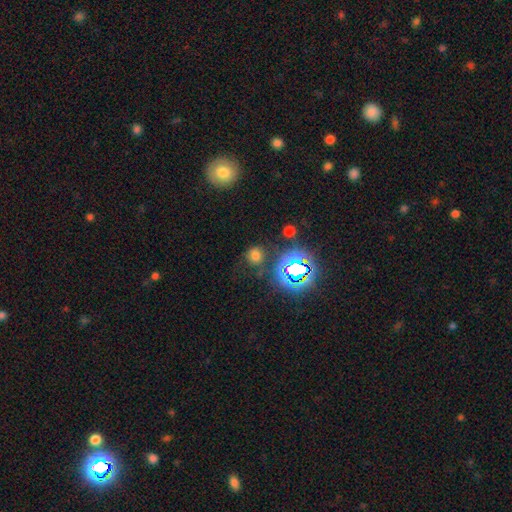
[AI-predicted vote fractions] A smooth galaxy with no disk features (61%) that is round (83%). Merging: none (78%).